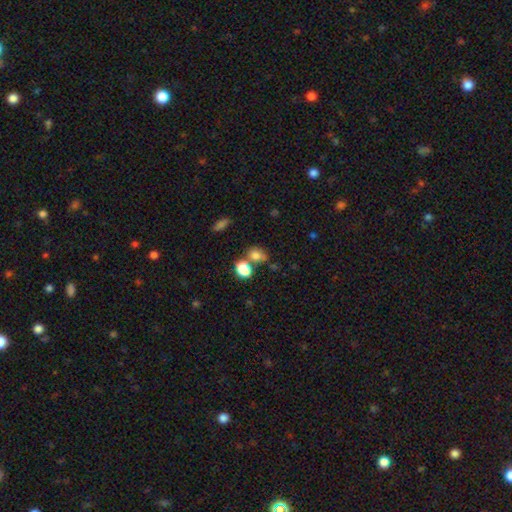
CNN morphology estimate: Smooth or featured?
  - smooth: 77% *
  - star or artifact: 15%
  - featured or disk: 8%
How rounded?
  - in between: 51% *
  - round: 48%
  - cigar-shaped: 1%
Merging?
  - none: 49% *
  - merger: 32%
  - minor disturbance: 14%
  - major disturbance: 6%